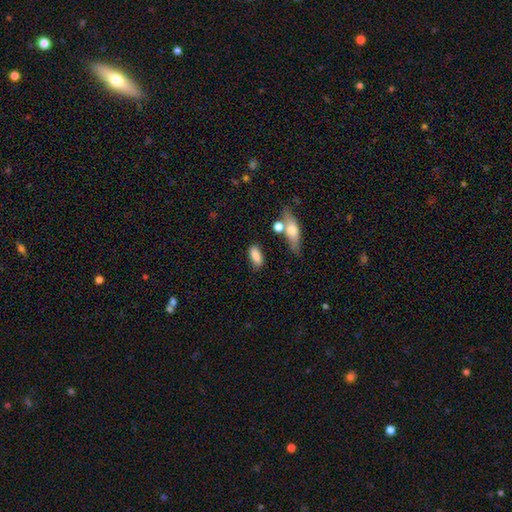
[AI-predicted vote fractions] This appears to be a smooth galaxy with no disk features (83%) that is in between round and cigar-shaped (79%). Merging: none (71%).